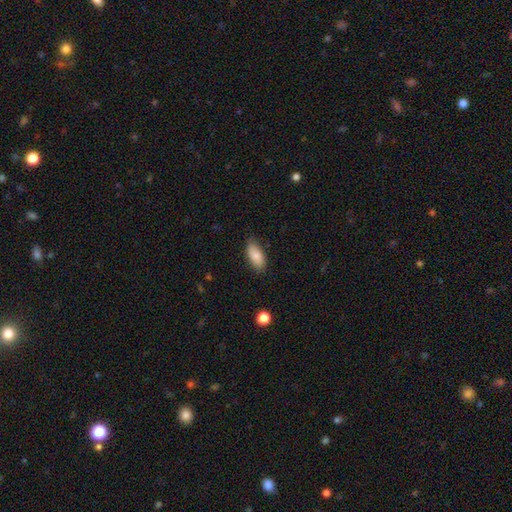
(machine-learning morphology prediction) Smooth or featured? smooth (83%)
How rounded? in between (90%)
Merging? none (81%)